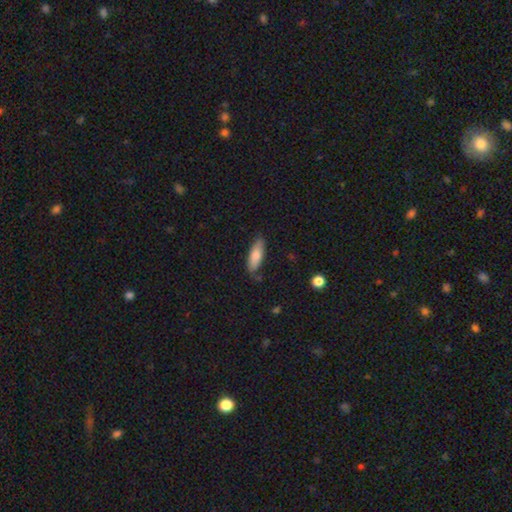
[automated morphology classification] A smooth galaxy with no disk features (78%) that is in between round and cigar-shaped (61%).

Vote fractions:
- Smooth or featured? smooth: 78% / featured or disk: 17% / star or artifact: 6%
- How rounded? in between: 61% / cigar-shaped: 37% / round: 2%
- Merging? none: 76% / minor disturbance: 18% / major disturbance: 3% / merger: 2%